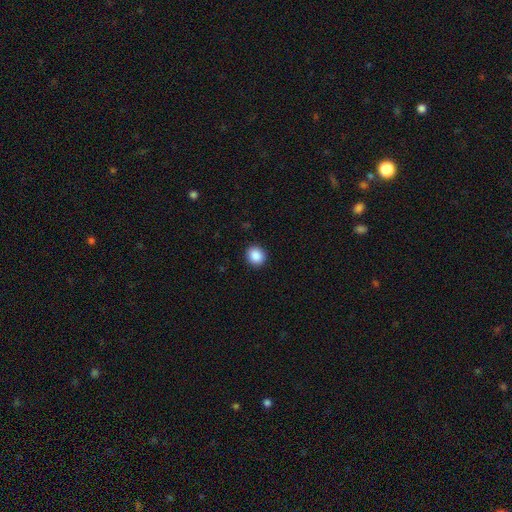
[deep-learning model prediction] The model was most divided on "how rounded": round: 84%, in between: 15%, cigar-shaped: 1%. More confident: merging — none (92%); smooth or featured — smooth (88%).